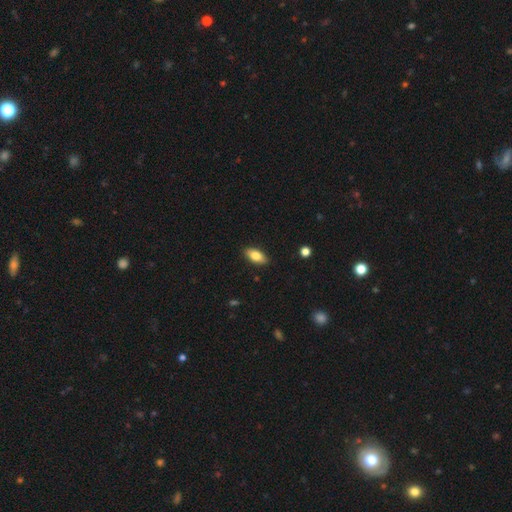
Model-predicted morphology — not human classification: smooth_or_featured: smooth (p=0.81) [alt: featured or disk p=0.12]
how_rounded: in between (p=0.90) [alt: cigar-shaped p=0.07]
merging: none (p=0.88) [alt: minor disturbance p=0.09]